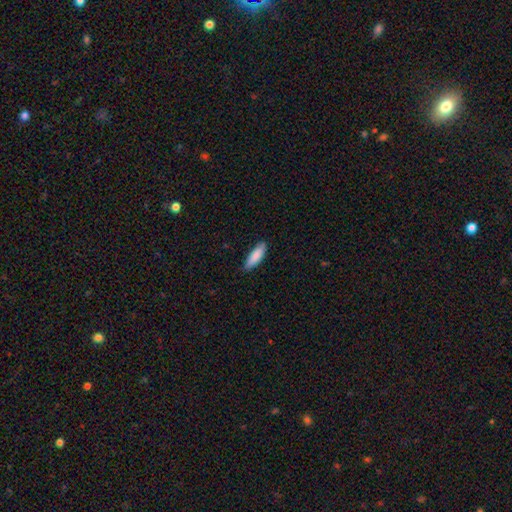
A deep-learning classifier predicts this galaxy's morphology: This appears to be a smooth galaxy with no disk features (87%) that is cigar-shaped (50%). Merging: none (83%).